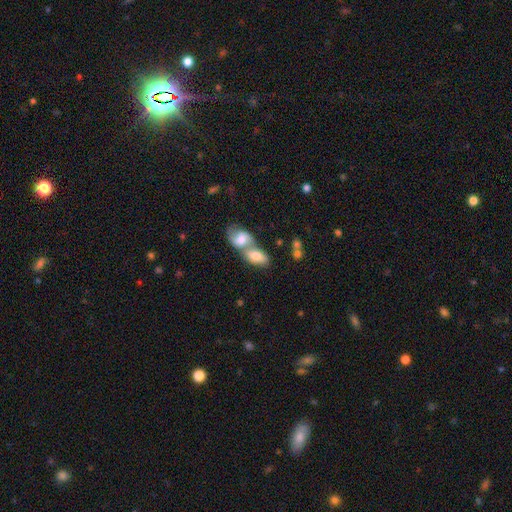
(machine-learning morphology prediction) Q: Smooth or featured?
A: smooth (71%); runner-up: featured or disk (22%)
Q: How rounded?
A: in between (88%); runner-up: round (8%)
Q: Merging?
A: merger (74%); runner-up: none (18%)